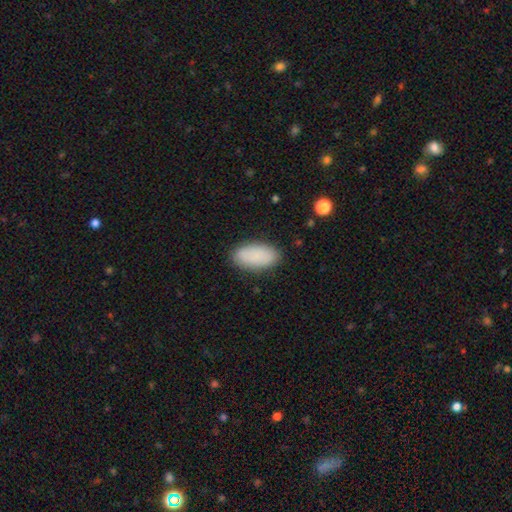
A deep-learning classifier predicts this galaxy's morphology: Smooth or featured?
  - smooth: 89% *
  - star or artifact: 6%
  - featured or disk: 5%
How rounded?
  - in between: 94% *
  - cigar-shaped: 4%
  - round: 2%
Merging?
  - none: 87% *
  - minor disturbance: 10%
  - major disturbance: 2%
  - merger: 1%